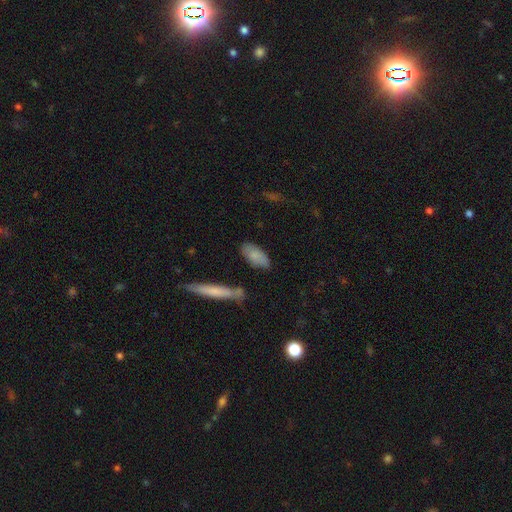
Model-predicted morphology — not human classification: Smooth or featured? Predicted: smooth (p=0.78). How rounded? Predicted: in between (p=0.83). Merging? Predicted: none (p=0.71).